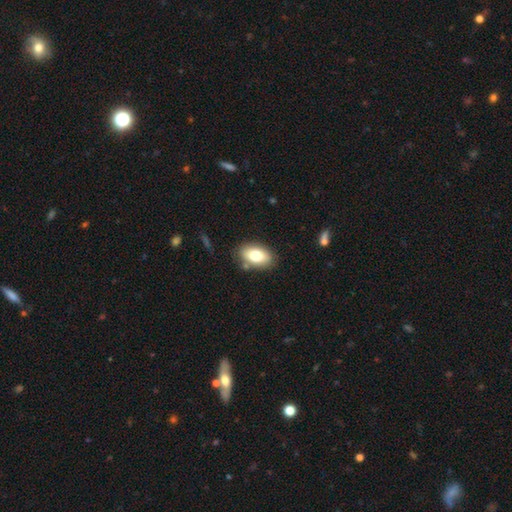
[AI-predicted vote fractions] A smooth galaxy with no disk features (76%) that is in between round and cigar-shaped (90%).

Vote fractions:
- Smooth or featured? smooth: 76% / featured or disk: 16% / star or artifact: 8%
- How rounded? in between: 90% / round: 9% / cigar-shaped: 2%
- Merging? none: 81% / minor disturbance: 12% / merger: 4% / major disturbance: 3%